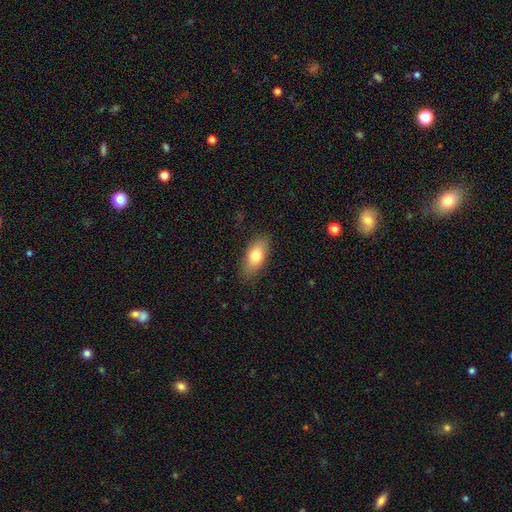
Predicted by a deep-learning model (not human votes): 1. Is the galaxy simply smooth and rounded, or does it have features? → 77% smooth, 16% featured or disk, 7% star or artifact.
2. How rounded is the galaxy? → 86% in between, 10% cigar-shaped, 5% round.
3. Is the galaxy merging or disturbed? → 84% none, 12% minor disturbance, 3% major disturbance, 1% merger.